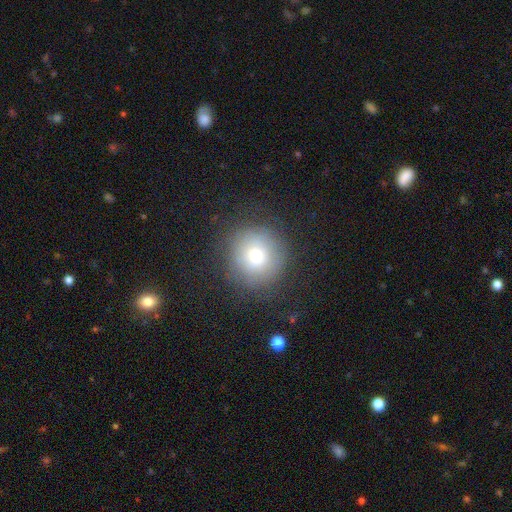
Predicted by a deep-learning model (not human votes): smooth 69%, featured or disk 18%, star or artifact 13%. Down the decision tree: how rounded — round (94%); merging — none (80%).